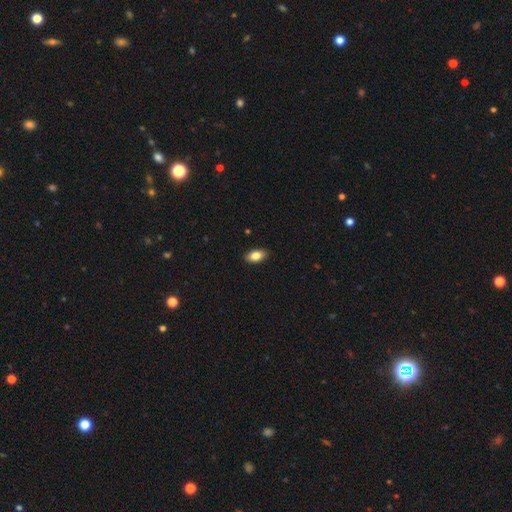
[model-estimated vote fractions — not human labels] smooth 83%, featured or disk 10%, star or artifact 7%. Down the decision tree: how rounded — in between (90%); merging — none (88%).